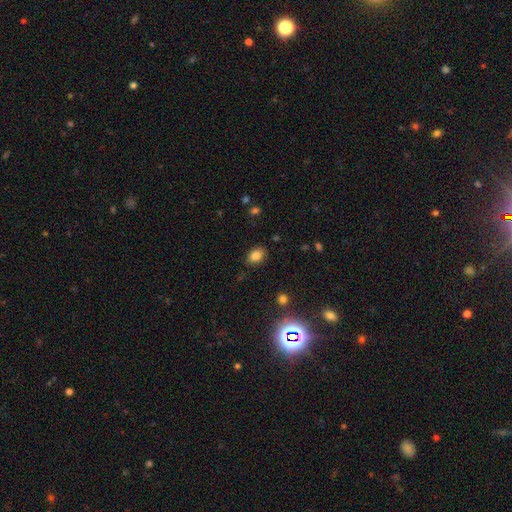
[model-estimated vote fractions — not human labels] smooth_or_featured: smooth (p=0.82) [alt: star or artifact p=0.12]
how_rounded: in between (p=0.76) [alt: round p=0.23]
merging: none (p=0.81) [alt: minor disturbance p=0.14]